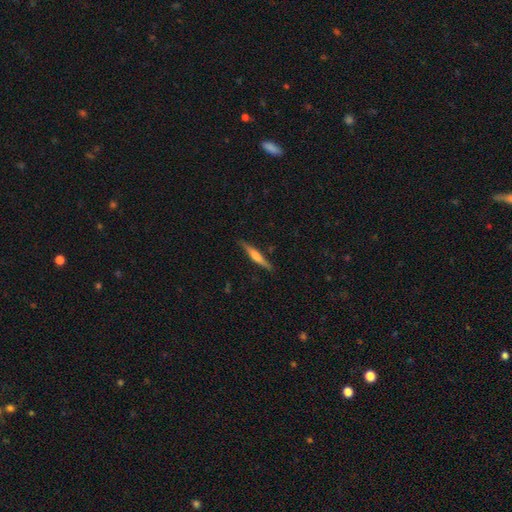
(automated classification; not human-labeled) Overall: featured or disk (49%; smooth 46%). Merging: none (86%).